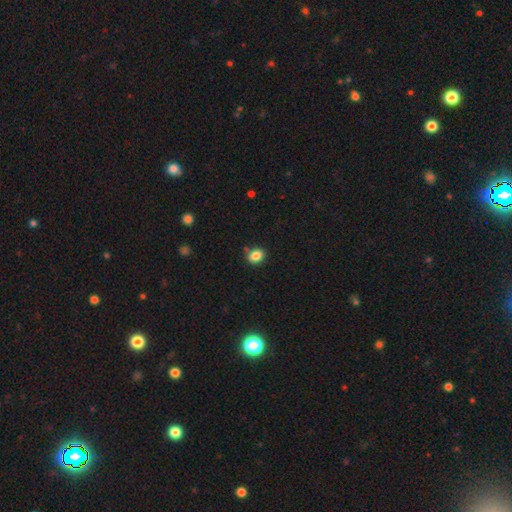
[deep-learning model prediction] smooth-or-featured: smooth: 85% | star or artifact: 10% | featured or disk: 5%
  how-rounded: in between: 60% | round: 39% | cigar-shaped: 1%
  merging: none: 80% | minor disturbance: 13% | merger: 4% | major disturbance: 3%